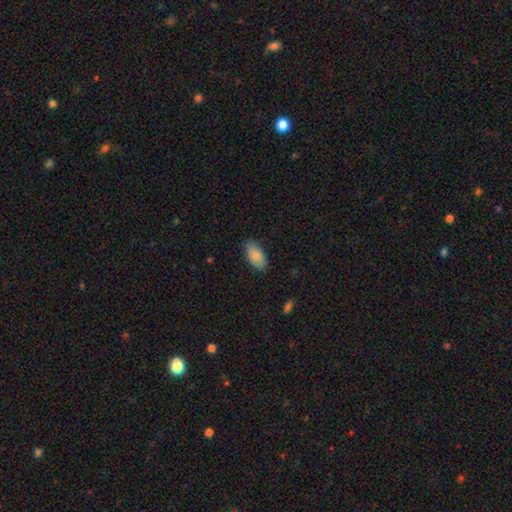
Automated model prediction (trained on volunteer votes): This appears to be a smooth galaxy with no disk features (87%) that is in between round and cigar-shaped (94%). Merging: none (83%).